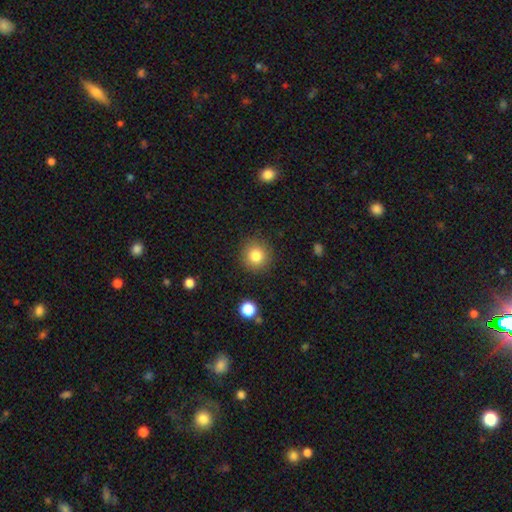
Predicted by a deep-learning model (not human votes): The model was most divided on "smooth or featured": smooth: 82%, star or artifact: 11%, featured or disk: 7%. More confident: how rounded — round (92%); merging — none (89%).